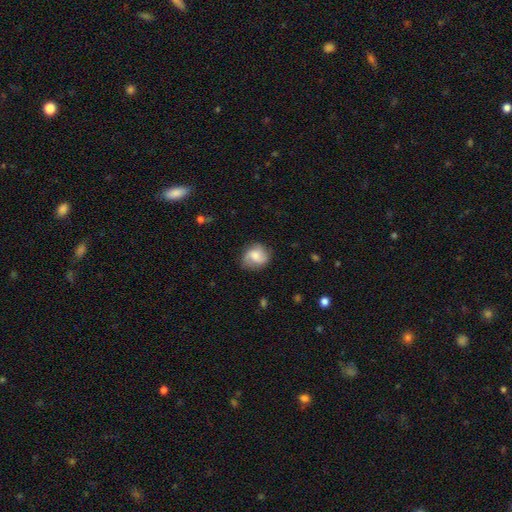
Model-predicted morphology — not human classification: A smooth galaxy with no disk features (53%) that is round (69%).

Vote fractions:
- Smooth or featured? smooth: 53% / featured or disk: 39% / star or artifact: 8%
- How rounded? round: 69% / in between: 29% / cigar-shaped: 1%
- Merging? none: 69% / minor disturbance: 22% / major disturbance: 7% / merger: 1%